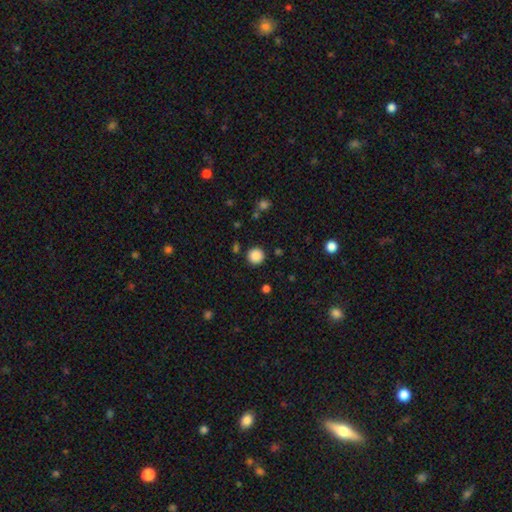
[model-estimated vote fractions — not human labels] This is clearly a smooth galaxy (87%). How rounded: clearly round (95%). Merging: clearly none (90%).